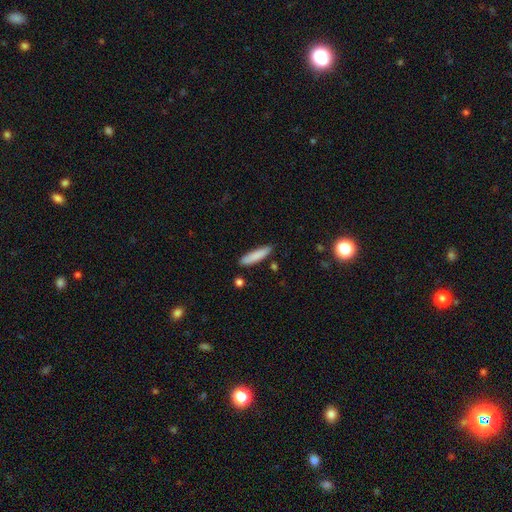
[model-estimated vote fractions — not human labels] Morphology: type=smooth (85%); roundness=cigar-shaped (80%); merging=none (84%).